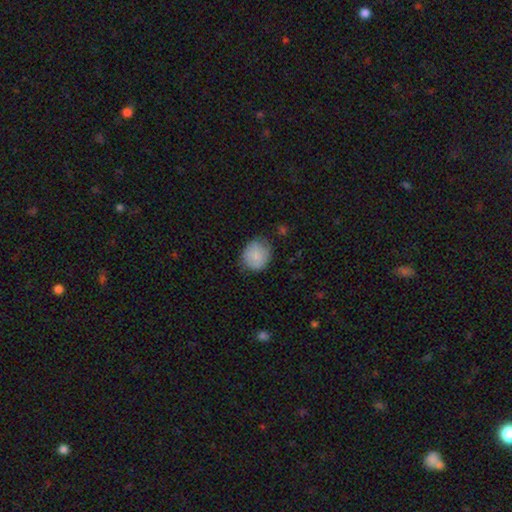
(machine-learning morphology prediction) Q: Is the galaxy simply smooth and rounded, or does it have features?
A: smooth — 84%.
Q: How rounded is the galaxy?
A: round — 82%.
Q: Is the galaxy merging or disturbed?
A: none — 72%.